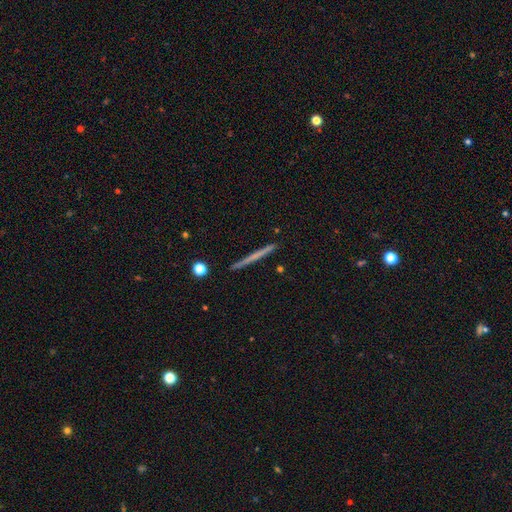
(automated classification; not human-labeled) Overall: smooth (48%; featured or disk 46%). Merging: none (92%).